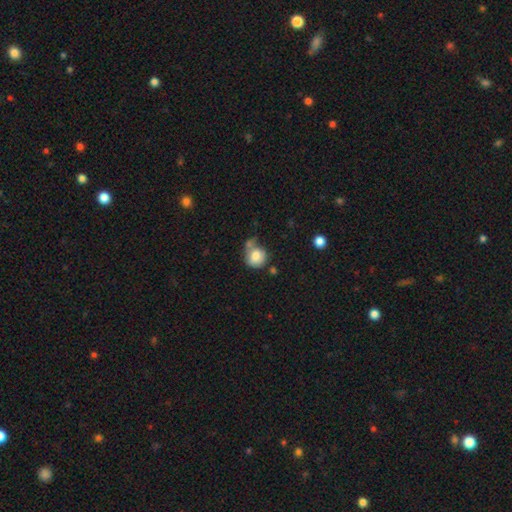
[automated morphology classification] Q: Smooth or featured?
A: smooth (78%); runner-up: featured or disk (14%)
Q: How rounded?
A: round (80%); runner-up: in between (20%)
Q: Merging?
A: none (41%); runner-up: merger (25%)